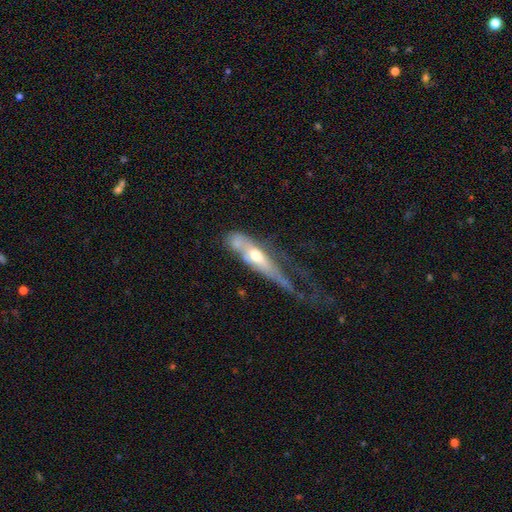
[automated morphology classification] Smooth or featured: featured or disk — 50% (smooth — 44%)
Edge-on disk: no — 52% (yes — 48%)
Merging: major disturbance — 45% (minor disturbance — 21%)